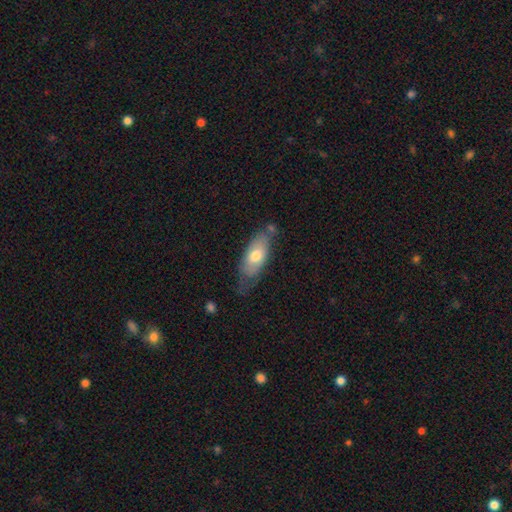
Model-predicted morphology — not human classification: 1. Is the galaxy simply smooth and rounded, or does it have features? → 66% smooth, 28% featured or disk, 6% star or artifact.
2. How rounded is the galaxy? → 78% in between, 19% cigar-shaped, 3% round.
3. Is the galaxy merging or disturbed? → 56% none, 29% minor disturbance, 9% major disturbance, 7% merger.